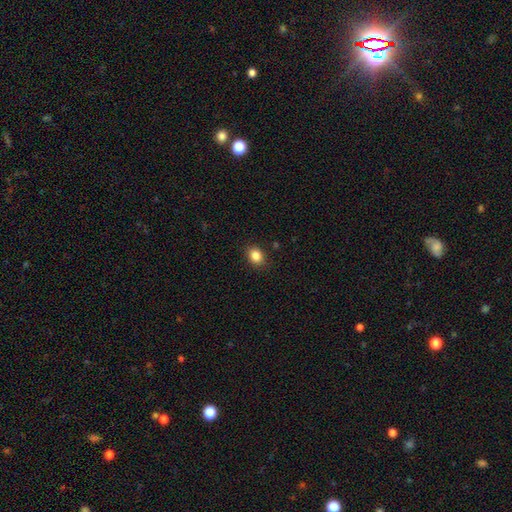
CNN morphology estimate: Smooth or featured: smooth — 85% (star or artifact — 10%)
How rounded: in between — 50% (round — 49%)
Merging: none — 87% (minor disturbance — 9%)